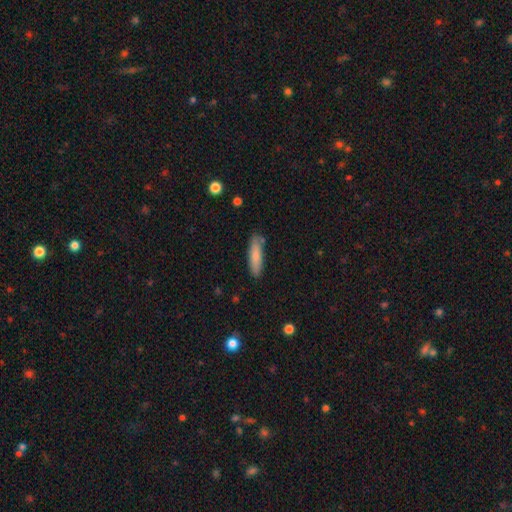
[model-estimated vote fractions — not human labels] This appears to be a smooth galaxy with no disk features (80%) that is cigar-shaped (75%). Merging: none (82%).